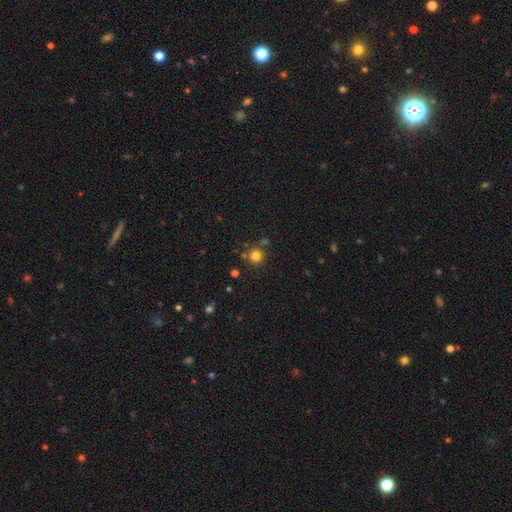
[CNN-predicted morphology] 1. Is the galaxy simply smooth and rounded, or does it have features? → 79% smooth, 15% star or artifact, 6% featured or disk.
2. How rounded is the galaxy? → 94% round, 5% in between, 1% cigar-shaped.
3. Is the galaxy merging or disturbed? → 80% none, 9% merger, 8% minor disturbance, 3% major disturbance.